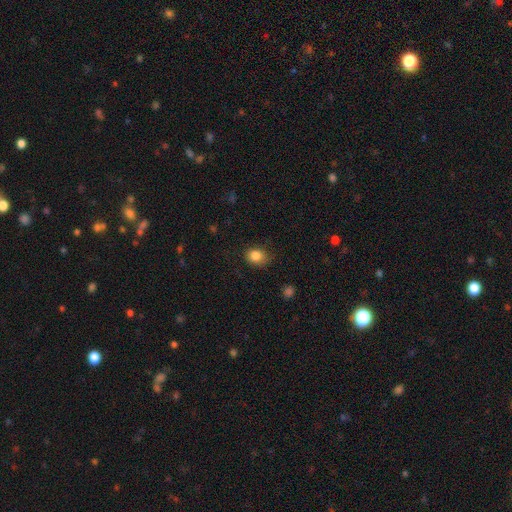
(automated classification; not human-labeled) smooth 85%, star or artifact 10%, featured or disk 5%. Down the decision tree: how rounded — round (60%); merging — none (73%).